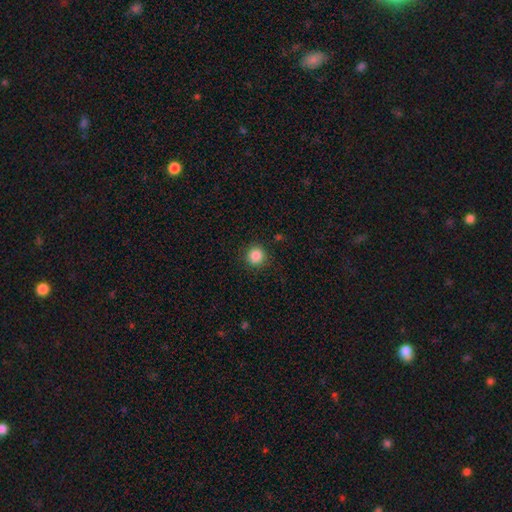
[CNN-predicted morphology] smooth 86%, star or artifact 10%, featured or disk 4%. Down the decision tree: how rounded — round (94%); merging — none (89%).